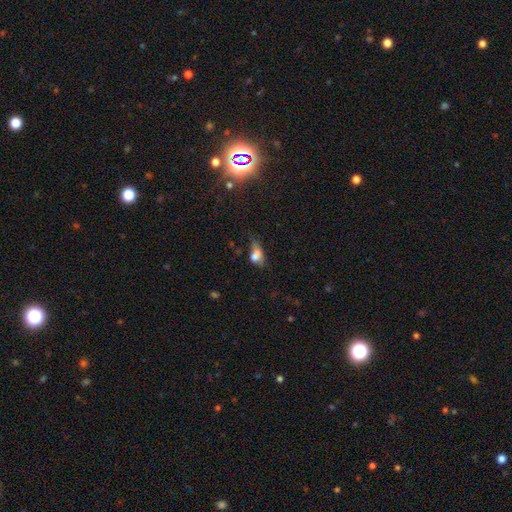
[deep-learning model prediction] smooth-or-featured: smooth: 67% | featured or disk: 20% | star or artifact: 13%
  how-rounded: in between: 79% | round: 15% | cigar-shaped: 6%
  merging: major disturbance: 38% | minor disturbance: 31% | none: 24% | merger: 7%